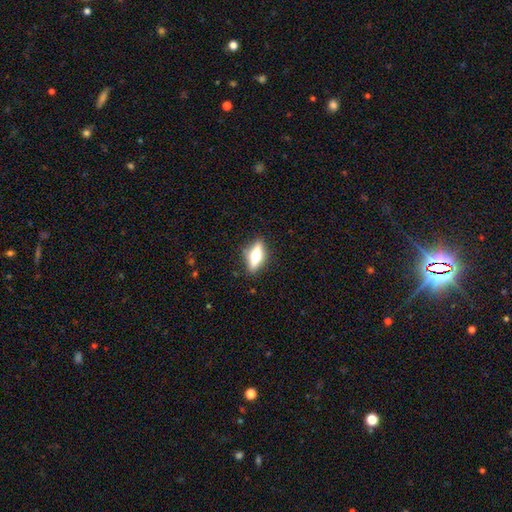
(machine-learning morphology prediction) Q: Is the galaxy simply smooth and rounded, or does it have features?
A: featured or disk — 53%.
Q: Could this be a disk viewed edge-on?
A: yes — 91%.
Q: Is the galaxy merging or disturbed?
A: none — 86%.